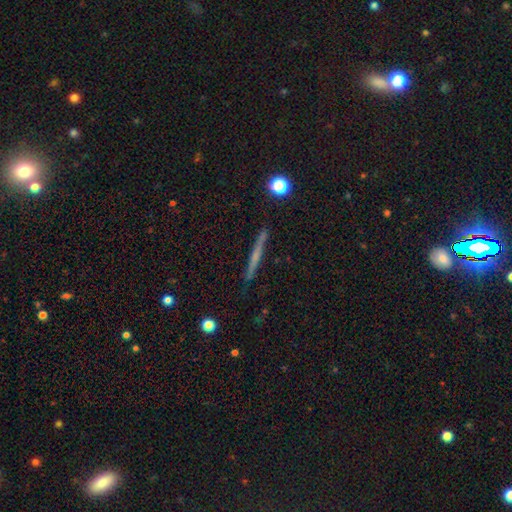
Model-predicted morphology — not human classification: A featured or disk galaxy (58%) viewed edge-on (97%) with no central bulge (63%).

Vote fractions:
- Smooth or featured? featured or disk: 58% / smooth: 34% / star or artifact: 9%
- Edge-on disk? yes: 97% / no: 3%
- Edge-on bulge? none: 63% / rounded: 31% / boxy: 6%
- Merging? none: 91% / minor disturbance: 7% / major disturbance: 1% / merger: 1%